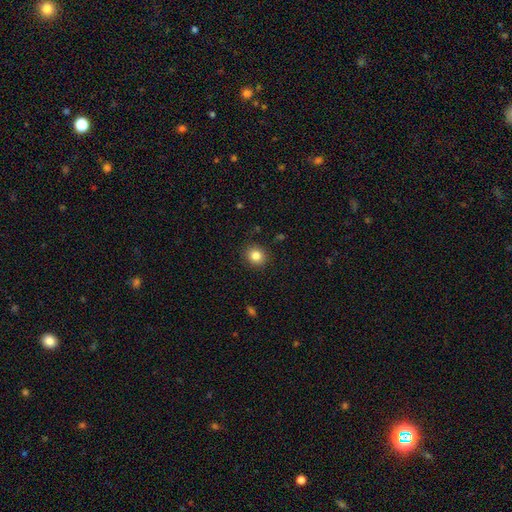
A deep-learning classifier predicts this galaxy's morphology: Smooth or featured?
  - smooth: 84% *
  - star or artifact: 10%
  - featured or disk: 6%
How rounded?
  - round: 81% *
  - in between: 18%
  - cigar-shaped: 1%
Merging?
  - none: 90% *
  - minor disturbance: 7%
  - major disturbance: 2%
  - merger: 1%